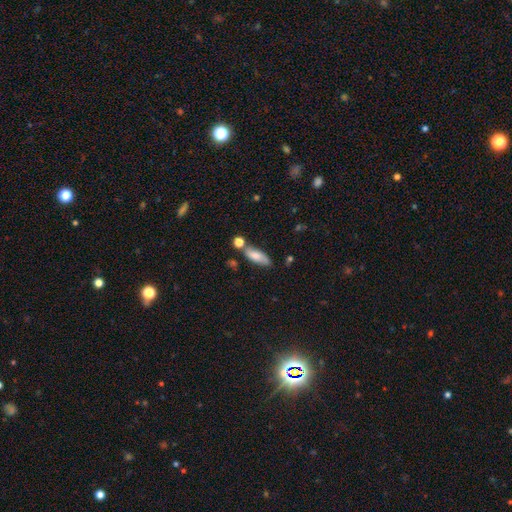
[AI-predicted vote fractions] smooth_or_featured: smooth (p=0.73) [alt: featured or disk p=0.20]
how_rounded: in between (p=0.64) [alt: cigar-shaped p=0.33]
merging: none (p=0.64) [alt: minor disturbance p=0.17]